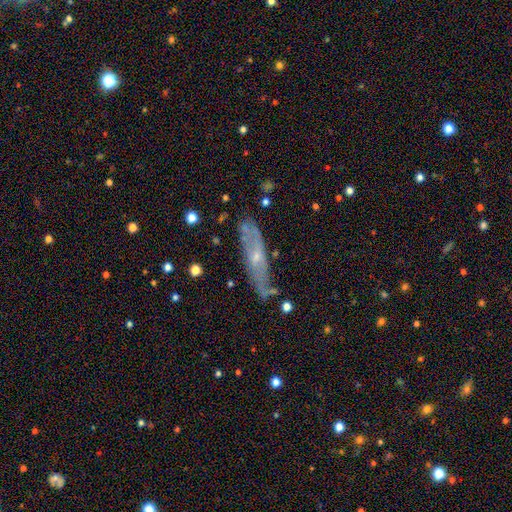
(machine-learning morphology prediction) type=featured or disk (66%); edge-on=no (61%); merging=none (74%).